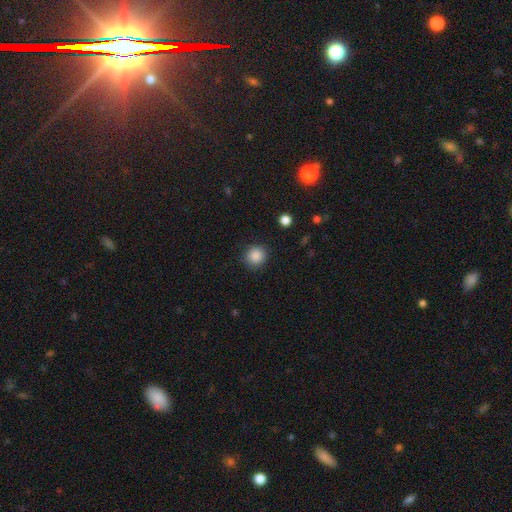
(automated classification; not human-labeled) A smooth galaxy with no disk features (87%) that is round (92%).

Vote fractions:
- Smooth or featured? smooth: 87% / star or artifact: 10% / featured or disk: 3%
- How rounded? round: 92% / in between: 7% / cigar-shaped: 1%
- Merging? none: 89% / minor disturbance: 7% / major disturbance: 2% / merger: 1%